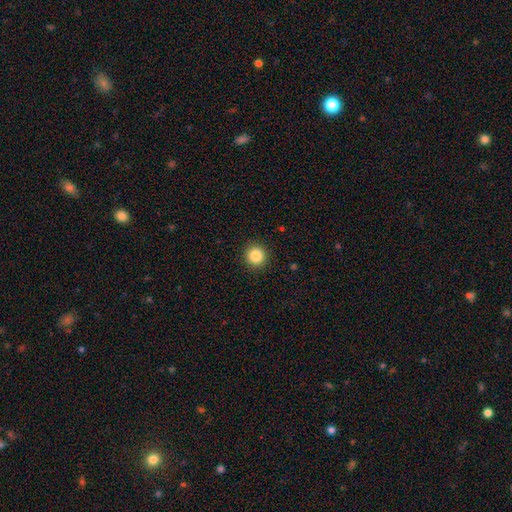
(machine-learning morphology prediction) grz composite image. It shows a smooth galaxy with no disk features (86%) that is round (94%). Merging: none (92%).